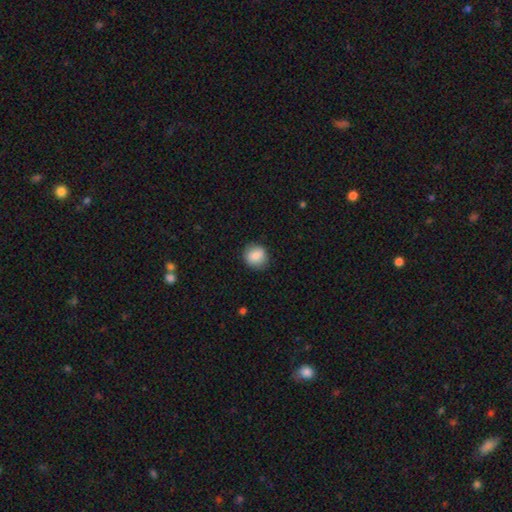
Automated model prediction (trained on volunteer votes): smooth 86%, star or artifact 8%, featured or disk 6%. Down the decision tree: how rounded — round (87%); merging — none (87%).